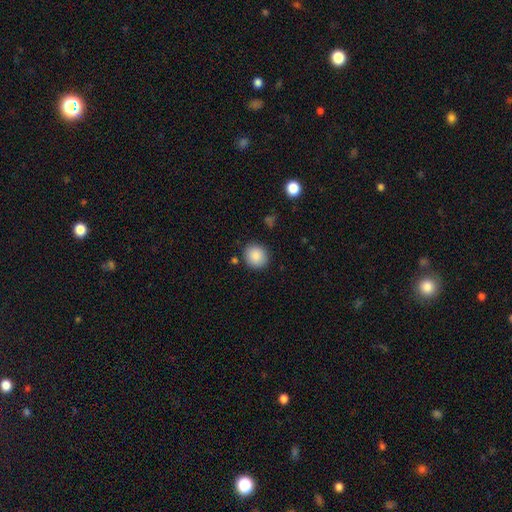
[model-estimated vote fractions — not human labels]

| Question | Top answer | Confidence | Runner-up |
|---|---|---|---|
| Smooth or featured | smooth | 88% | star or artifact (8%) |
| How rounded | round | 88% | in between (11%) |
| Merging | none | 87% | minor disturbance (8%) |